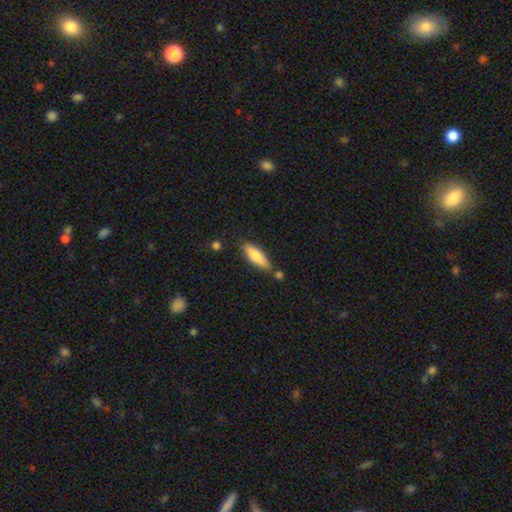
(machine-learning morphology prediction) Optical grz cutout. It shows a smooth galaxy with no disk features (72%) that is cigar-shaped (56%). Merging: none (73%).